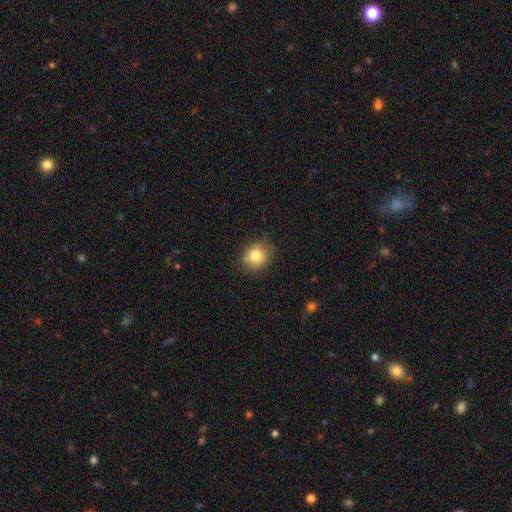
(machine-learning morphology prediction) smooth_or_featured: smooth (p=0.80) [alt: star or artifact p=0.11]
how_rounded: round (p=0.75) [alt: in between p=0.24]
merging: none (p=0.78) [alt: minor disturbance p=0.15]